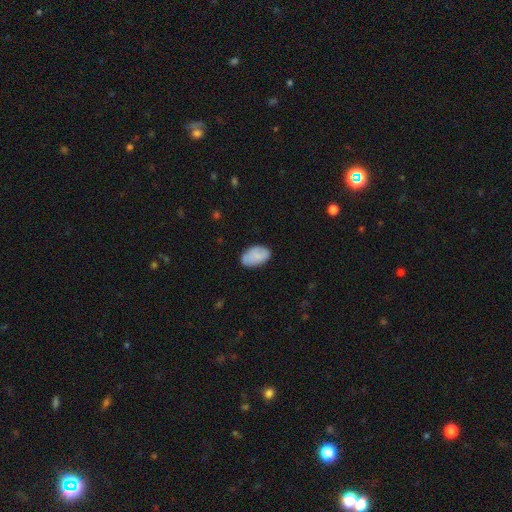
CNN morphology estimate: This appears to be a smooth galaxy with no disk features (81%) that is in between round and cigar-shaped (93%). Merging: none (76%).